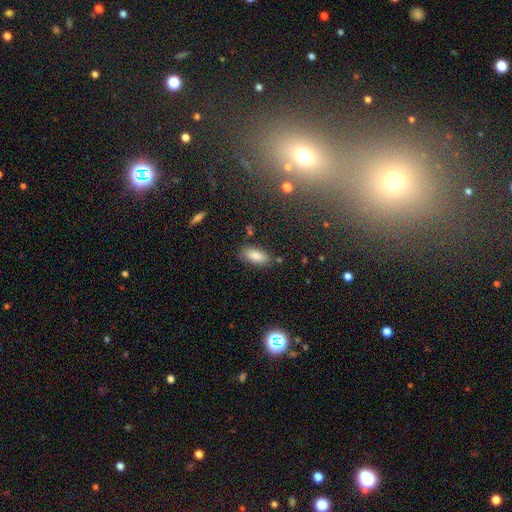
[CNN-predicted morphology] Smooth or featured: smooth — 85% (star or artifact — 8%)
How rounded: in between — 85% (cigar-shaped — 13%)
Merging: none — 79% (minor disturbance — 14%)